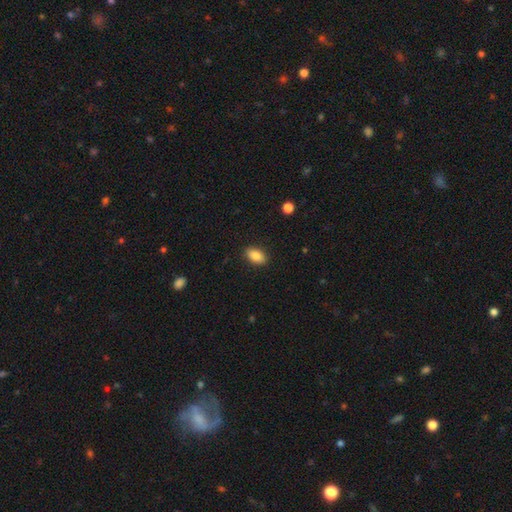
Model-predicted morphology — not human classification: Smooth or featured: smooth — 85% (star or artifact — 8%)
How rounded: in between — 90% (round — 6%)
Merging: none — 89% (minor disturbance — 8%)